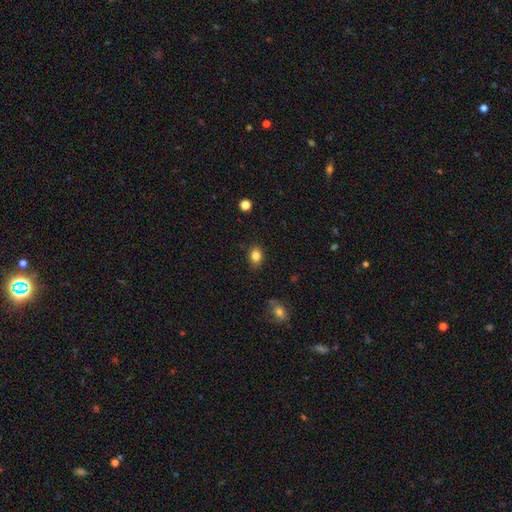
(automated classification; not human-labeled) A smooth galaxy with no disk features (84%) that is in between round and cigar-shaped (60%). Merging: none (85%).